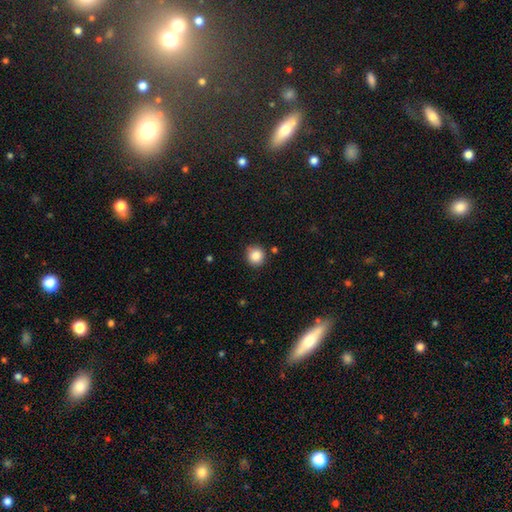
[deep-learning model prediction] Morphology: type=smooth (86%); roundness=round (93%); merging=none (84%).